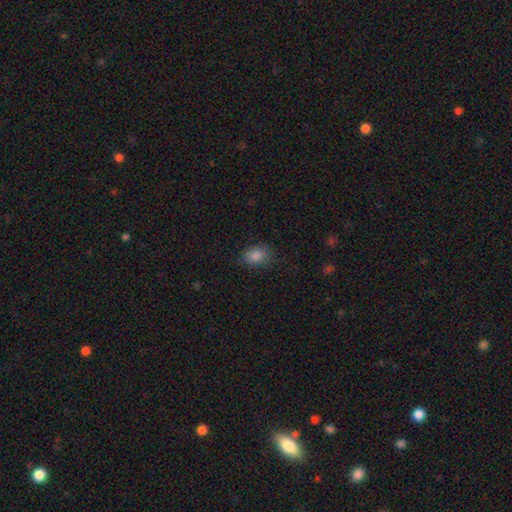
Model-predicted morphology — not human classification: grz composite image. It shows a smooth galaxy with no disk features (84%) that is in between round and cigar-shaped (69%). Merging: none (79%).